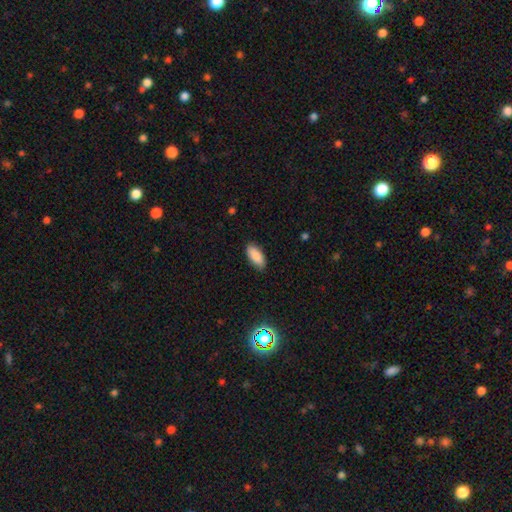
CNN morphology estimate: This is clearly a smooth galaxy (88%). How rounded: clearly in between (90%). Merging: clearly none (87%).